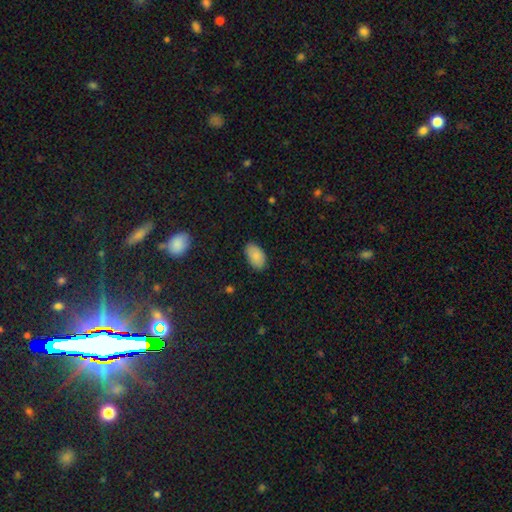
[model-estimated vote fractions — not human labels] This is clearly a smooth galaxy (87%). How rounded: clearly in between (94%). Merging: clearly none (85%).